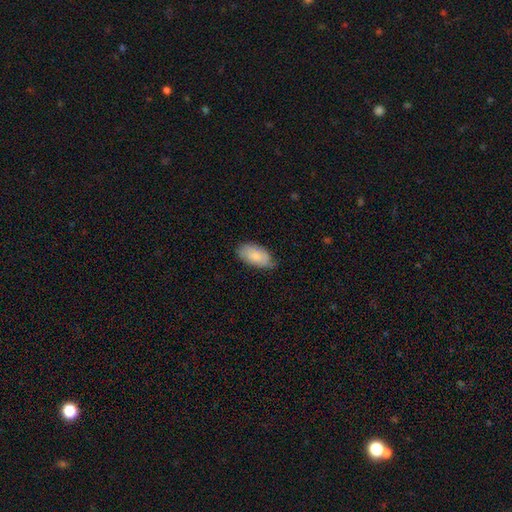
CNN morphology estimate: Smooth or featured? smooth (83%)
How rounded? in between (95%)
Merging? none (67%)